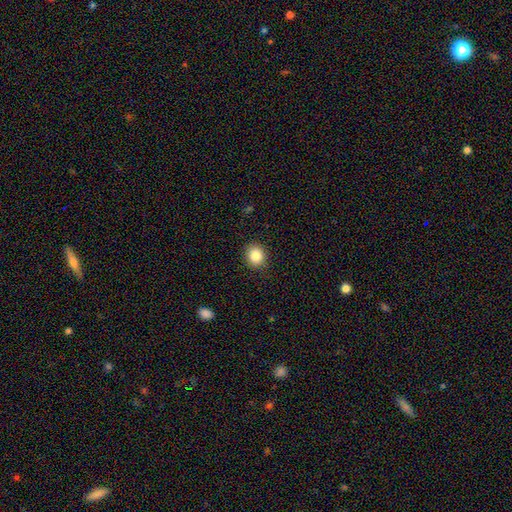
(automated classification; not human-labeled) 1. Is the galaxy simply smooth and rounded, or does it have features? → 85% smooth, 10% star or artifact, 5% featured or disk.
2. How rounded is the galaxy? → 80% round, 19% in between, 1% cigar-shaped.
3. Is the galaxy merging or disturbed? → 90% none, 7% minor disturbance, 2% major disturbance, 1% merger.